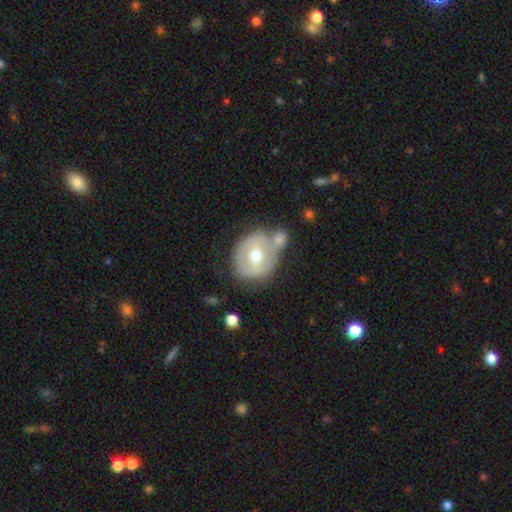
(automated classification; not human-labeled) Overall: featured or disk (54%; smooth 39%). Edge-on disk: no (94%). Bar: no (41%; weak 39%). Spiral arms: no (68%; yes 32%). Bulge size: moderate (75%). Merging: none (46%; merger 29%).